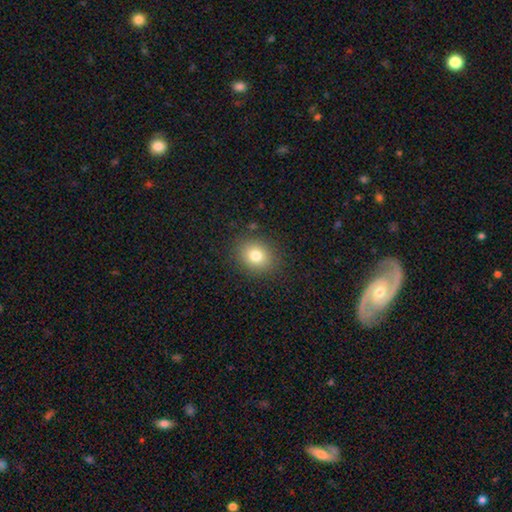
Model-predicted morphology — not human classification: Smooth or featured? Predicted: smooth (p=0.79). How rounded? Predicted: round (p=0.64). Merging? Predicted: none (p=0.87).